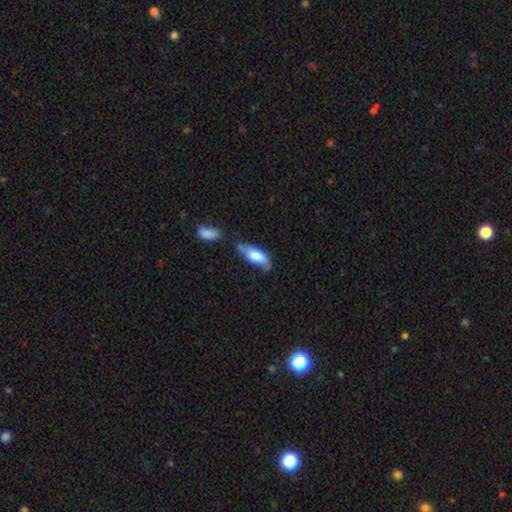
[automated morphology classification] smooth_or_featured: smooth (p=0.68) [alt: featured or disk p=0.26]
how_rounded: in between (p=0.68) [alt: cigar-shaped p=0.29]
merging: none (p=0.44) [alt: minor disturbance p=0.30]